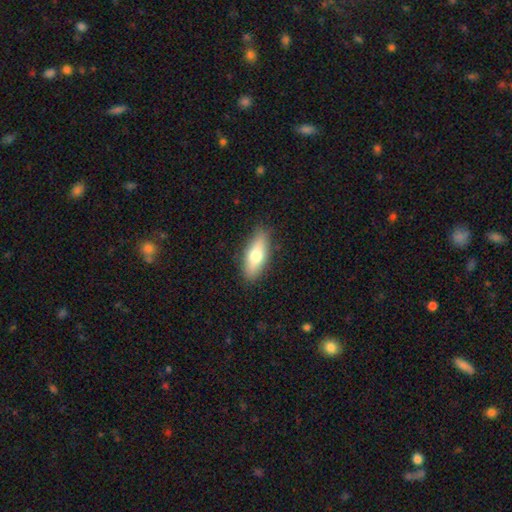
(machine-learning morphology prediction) The model was most divided on "how rounded": in between: 65%, cigar-shaped: 32%, round: 3%. More confident: merging — none (86%); smooth or featured — smooth (68%).